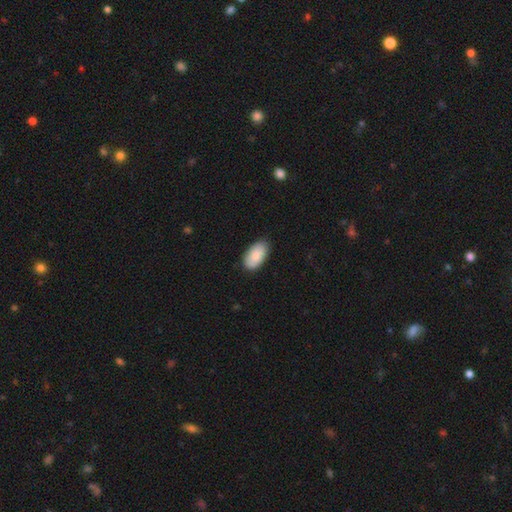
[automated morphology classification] type=smooth (86%); roundness=in between (95%); merging=none (84%).